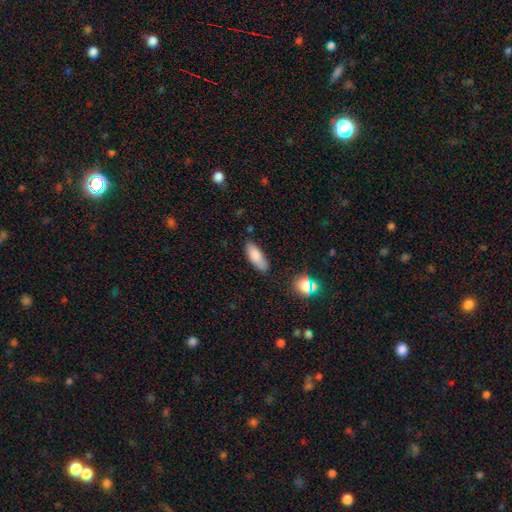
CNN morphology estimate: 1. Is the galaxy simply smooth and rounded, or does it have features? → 85% smooth, 8% featured or disk, 7% star or artifact.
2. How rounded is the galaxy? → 73% in between, 25% cigar-shaped, 2% round.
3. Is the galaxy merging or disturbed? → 79% none, 15% minor disturbance, 3% major disturbance, 3% merger.